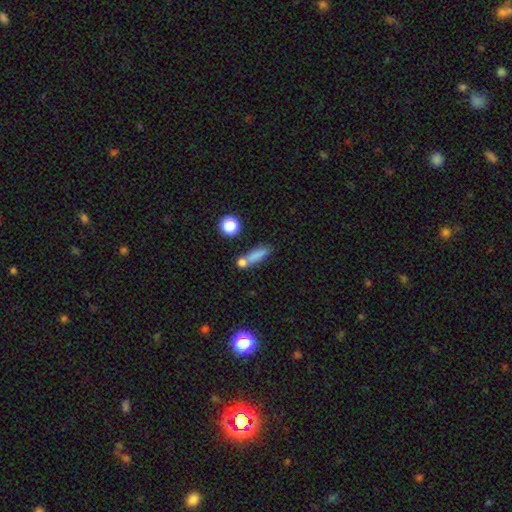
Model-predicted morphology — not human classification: A smooth galaxy with no disk features (77%) that is cigar-shaped (50%).

Vote fractions:
- Smooth or featured? smooth: 77% / star or artifact: 12% / featured or disk: 11%
- How rounded? cigar-shaped: 50% / in between: 39% / round: 11%
- Merging? none: 57% / merger: 23% / minor disturbance: 14% / major disturbance: 6%